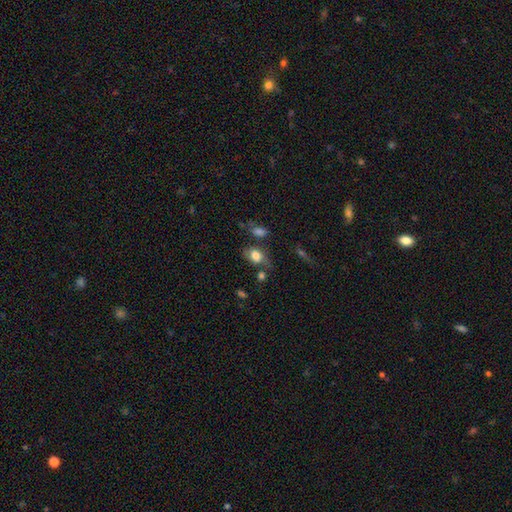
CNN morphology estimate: type=smooth (72%); roundness=in between (80%); merging=none (48%).